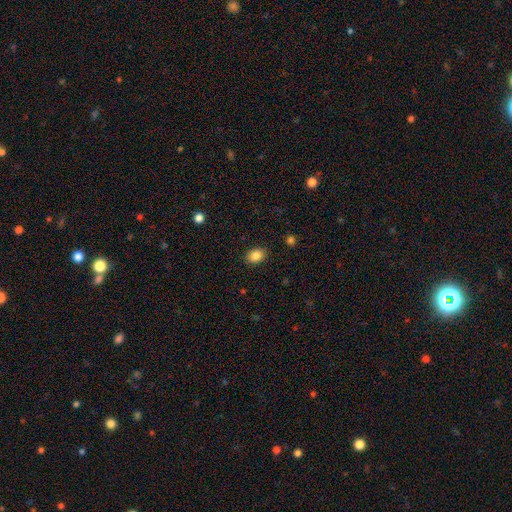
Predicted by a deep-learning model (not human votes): A smooth galaxy with no disk features (86%) that is in between round and cigar-shaped (71%). Merging: none (89%).